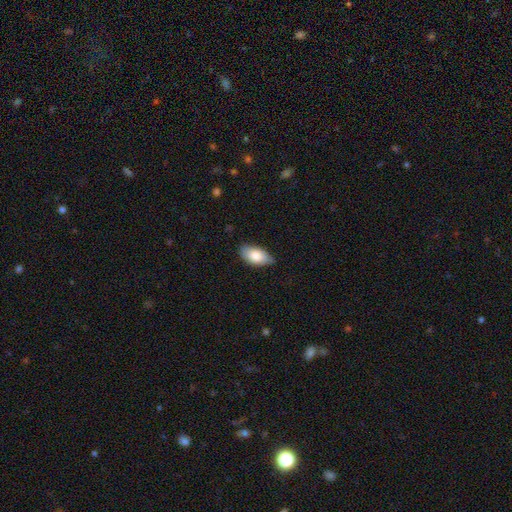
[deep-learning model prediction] Overall: smooth (81%). How rounded: in between (93%). Merging: none (73%).